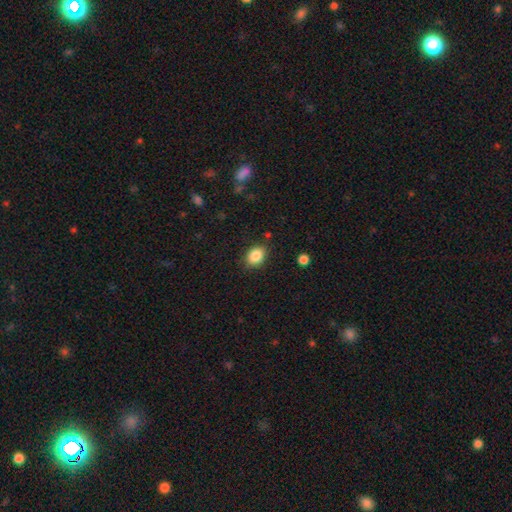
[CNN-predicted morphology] Smooth or featured? Predicted: smooth (p=0.86). How rounded? Predicted: in between (p=0.62). Merging? Predicted: none (p=0.83).